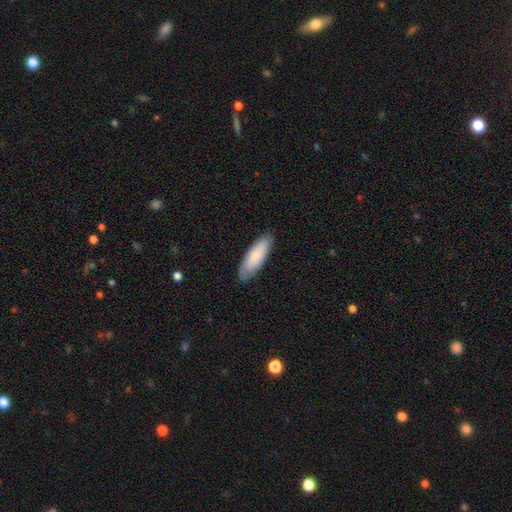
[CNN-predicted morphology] Smooth or featured? Predicted: smooth (p=0.83). How rounded? Predicted: in between (p=0.51). Merging? Predicted: none (p=0.85).